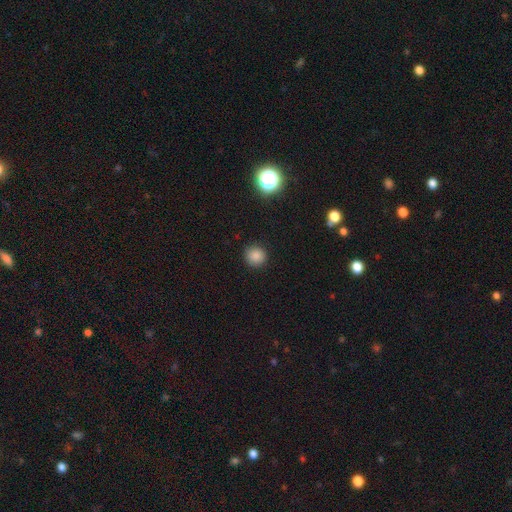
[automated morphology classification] smooth-or-featured: smooth: 83% | star or artifact: 13% | featured or disk: 4%
  how-rounded: round: 92% | in between: 7% | cigar-shaped: 1%
  merging: none: 90% | minor disturbance: 7% | major disturbance: 2% | merger: 1%